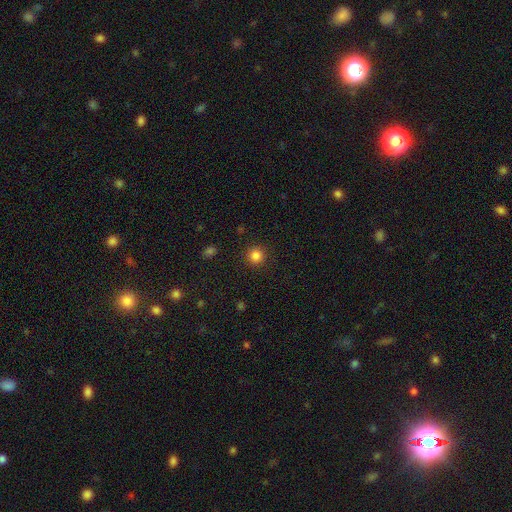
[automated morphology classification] Smooth or featured?
  - smooth: 84% *
  - star or artifact: 12%
  - featured or disk: 4%
How rounded?
  - round: 95% *
  - in between: 4%
  - cigar-shaped: 1%
Merging?
  - none: 91% *
  - minor disturbance: 6%
  - major disturbance: 2%
  - merger: 1%